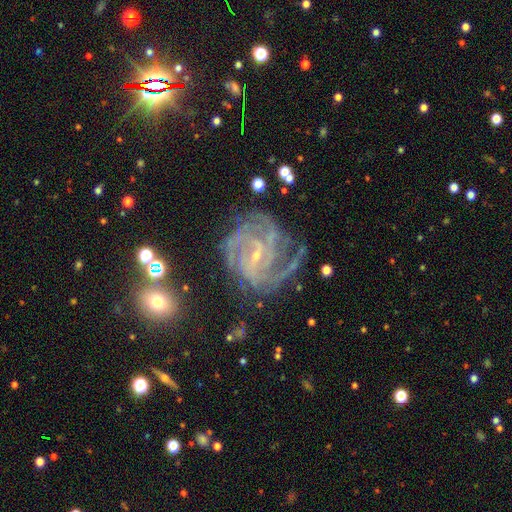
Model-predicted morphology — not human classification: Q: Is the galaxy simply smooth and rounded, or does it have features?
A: featured or disk — 88%.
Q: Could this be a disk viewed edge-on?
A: no — 98%.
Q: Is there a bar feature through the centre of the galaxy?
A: weak — 45%.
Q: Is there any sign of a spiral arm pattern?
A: yes — 97%.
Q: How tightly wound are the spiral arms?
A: tight — 58%.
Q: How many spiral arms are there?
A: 4 — 28%.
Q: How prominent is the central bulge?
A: small — 81%.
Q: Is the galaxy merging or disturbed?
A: none — 60%.